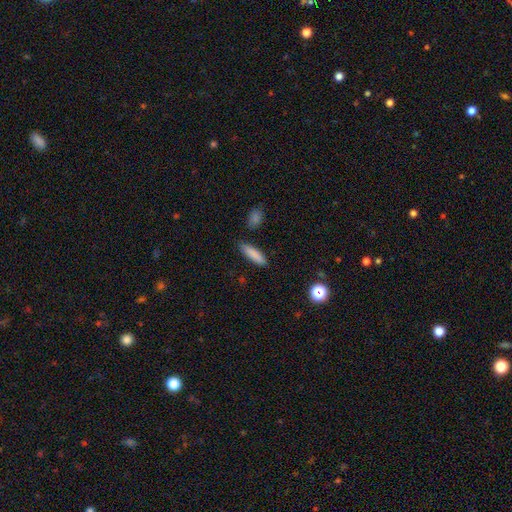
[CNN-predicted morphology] Smooth or featured? Predicted: smooth (p=0.86). How rounded? Predicted: cigar-shaped (p=0.66). Merging? Predicted: none (p=0.86).